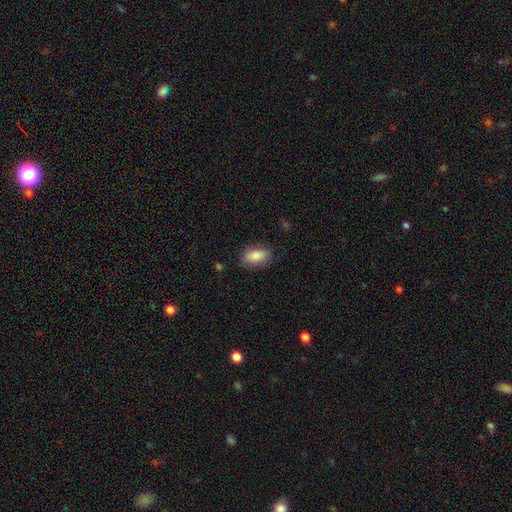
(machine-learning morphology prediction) smooth_or_featured: smooth (p=0.83) [alt: featured or disk p=0.10]
how_rounded: in between (p=0.89) [alt: round p=0.07]
merging: none (p=0.81) [alt: minor disturbance p=0.14]